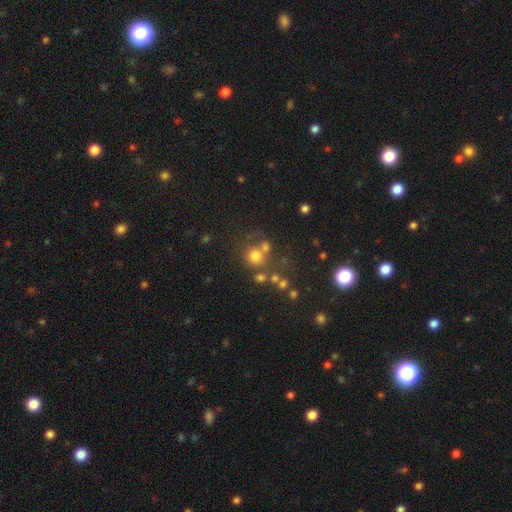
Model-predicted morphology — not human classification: type=smooth (68%); roundness=round (88%); merging=none (58%).